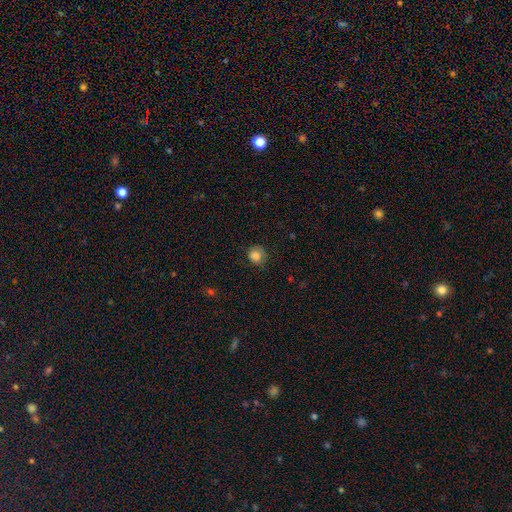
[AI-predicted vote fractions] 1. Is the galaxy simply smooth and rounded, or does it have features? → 83% smooth, 10% star or artifact, 7% featured or disk.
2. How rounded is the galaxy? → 85% round, 14% in between, 1% cigar-shaped.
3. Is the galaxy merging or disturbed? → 75% none, 19% minor disturbance, 5% major disturbance, 1% merger.